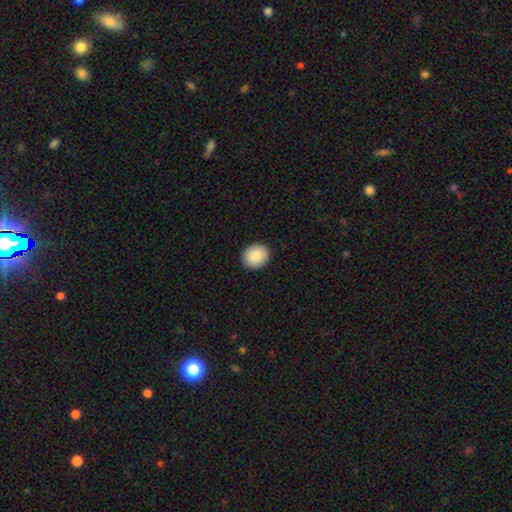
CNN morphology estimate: smooth_or_featured: smooth (p=0.89) [alt: star or artifact p=0.07]
how_rounded: round (p=0.74) [alt: in between p=0.25]
merging: none (p=0.92) [alt: minor disturbance p=0.06]